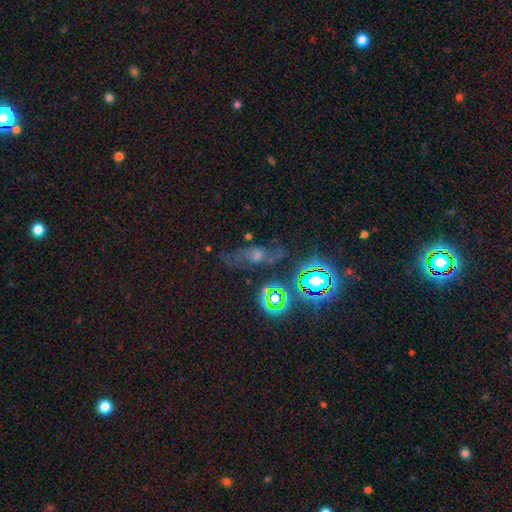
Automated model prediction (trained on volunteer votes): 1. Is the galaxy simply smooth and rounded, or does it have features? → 36% featured or disk (tied), 36% star or artifact (tied), 28% smooth.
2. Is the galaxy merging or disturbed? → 64% none, 19% minor disturbance, 11% major disturbance, 6% merger.